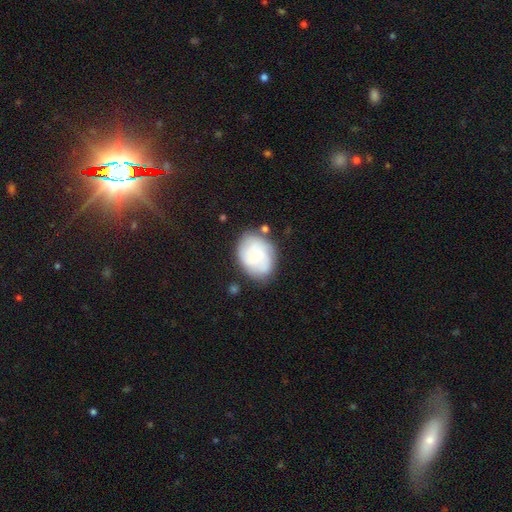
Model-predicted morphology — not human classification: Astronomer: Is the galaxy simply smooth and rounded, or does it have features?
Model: featured or disk — 51% (runner-up: smooth, 42%).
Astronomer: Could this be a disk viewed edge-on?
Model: no — 97%.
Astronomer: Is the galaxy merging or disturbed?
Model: none — 67%.